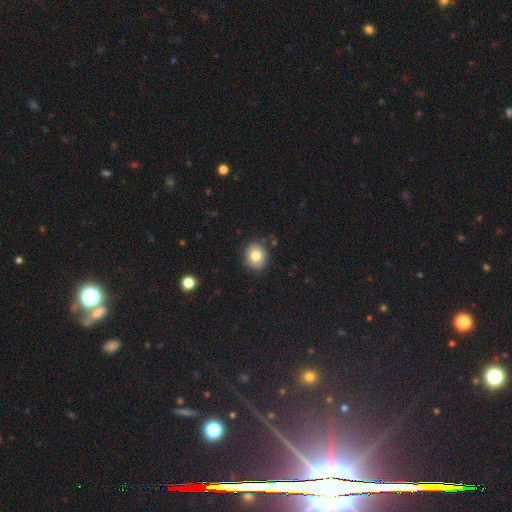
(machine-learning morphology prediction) This is likely a smooth galaxy (80%). How rounded: likely round (62%). Merging: clearly none (86%).